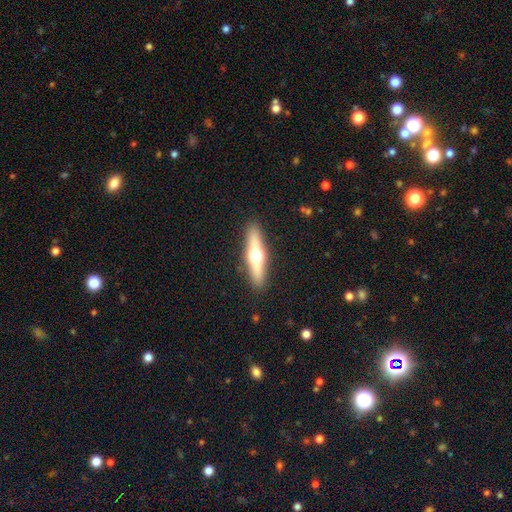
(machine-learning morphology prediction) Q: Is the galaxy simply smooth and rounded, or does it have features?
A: featured or disk — 58%.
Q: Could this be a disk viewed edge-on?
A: yes — 93%.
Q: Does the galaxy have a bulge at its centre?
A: rounded — 96%.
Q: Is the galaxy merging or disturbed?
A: none — 90%.